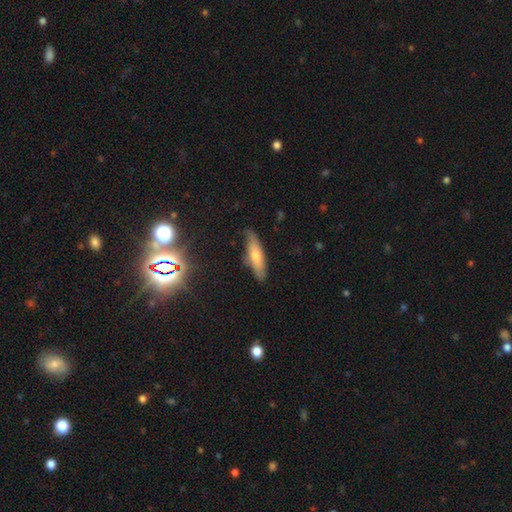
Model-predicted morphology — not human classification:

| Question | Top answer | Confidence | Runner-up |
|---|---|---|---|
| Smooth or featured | smooth | 52% | featured or disk (35%) |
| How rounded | cigar-shaped | 66% | in between (32%) |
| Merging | none | 80% | minor disturbance (15%) |